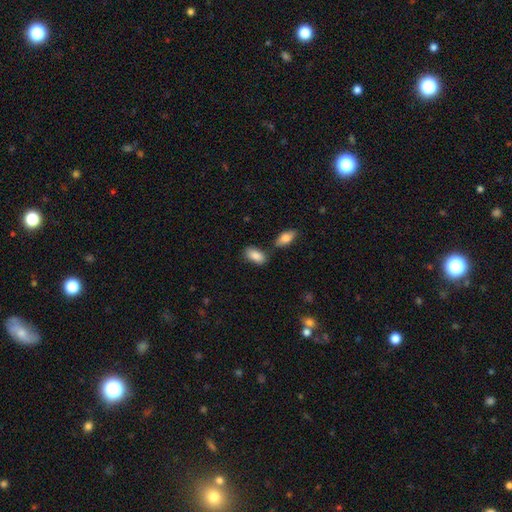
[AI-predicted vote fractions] smooth-or-featured: smooth: 86% | featured or disk: 7% | star or artifact: 7%
  how-rounded: in between: 92% | round: 4% | cigar-shaped: 4%
  merging: none: 70% | minor disturbance: 15% | merger: 12% | major disturbance: 3%